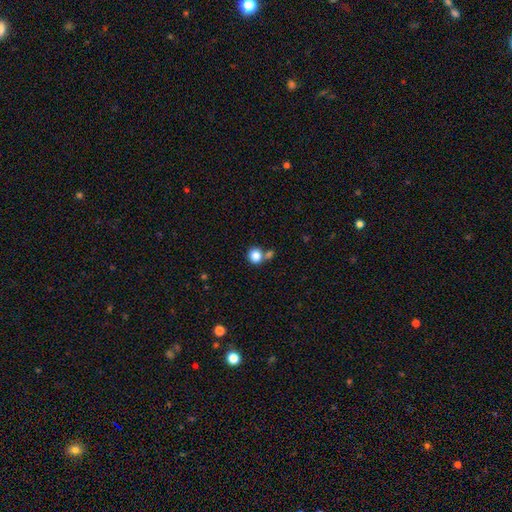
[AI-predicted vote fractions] Q: Smooth or featured?
A: smooth (85%); runner-up: star or artifact (10%)
Q: How rounded?
A: round (86%); runner-up: in between (13%)
Q: Merging?
A: none (60%); runner-up: merger (27%)